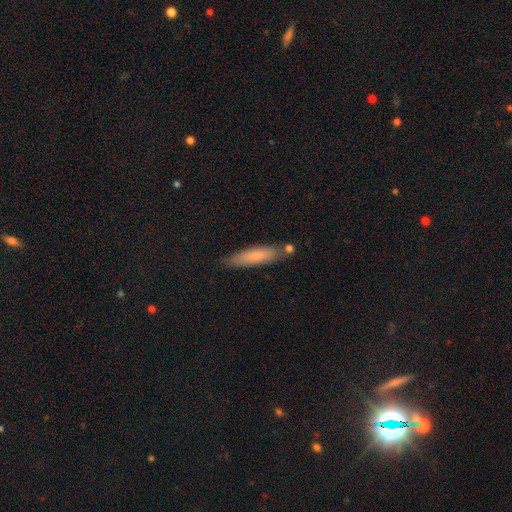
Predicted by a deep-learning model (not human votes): Overall: smooth (72%). How rounded: cigar-shaped (77%). Merging: none (76%).